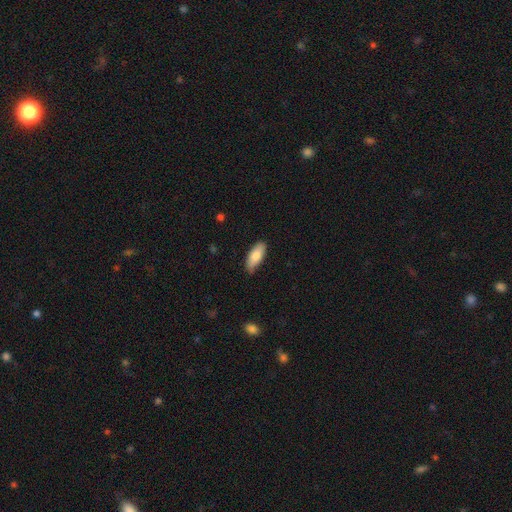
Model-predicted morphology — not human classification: smooth-or-featured: smooth: 81% | featured or disk: 13% | star or artifact: 6%
  how-rounded: in between: 81% | cigar-shaped: 18% | round: 2%
  merging: none: 81% | minor disturbance: 16% | major disturbance: 2% | merger: 1%